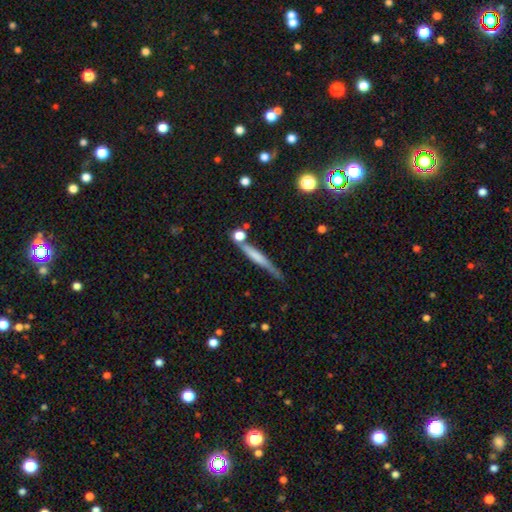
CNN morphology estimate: Overall: smooth (50%; featured or disk 42%). How rounded: cigar-shaped (93%). Merging: none (61%).